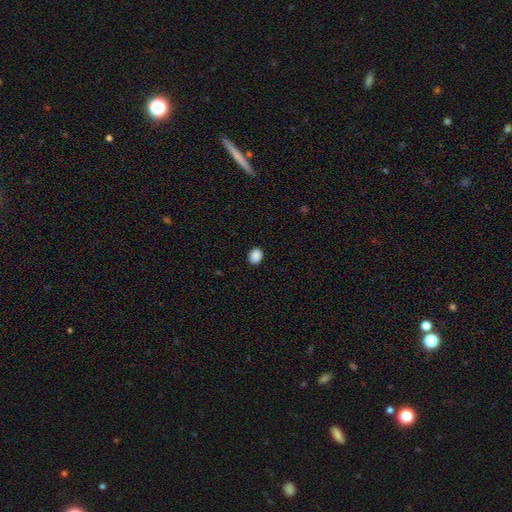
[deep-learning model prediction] Smooth or featured? smooth (89%)
How rounded? round (51%)
Merging? none (90%)